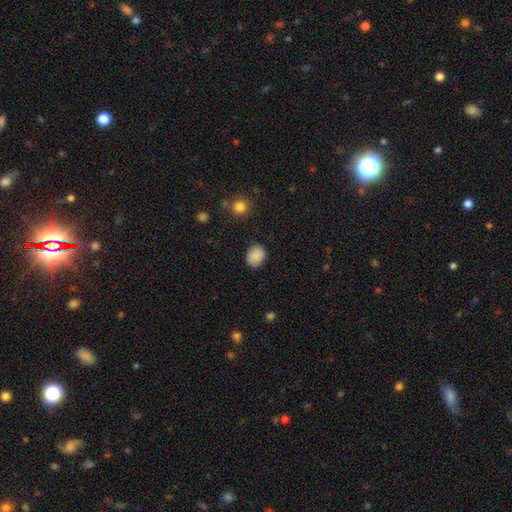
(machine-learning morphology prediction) Q: Smooth or featured?
A: smooth (89%); runner-up: star or artifact (8%)
Q: How rounded?
A: round (56%); runner-up: in between (43%)
Q: Merging?
A: none (87%); runner-up: minor disturbance (10%)